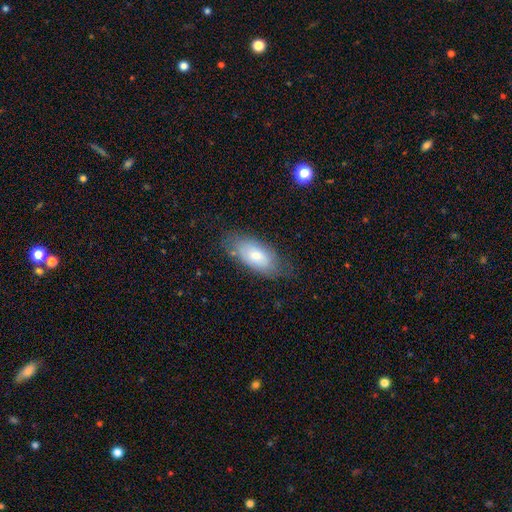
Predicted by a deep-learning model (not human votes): Smooth or featured: smooth — 71% (featured or disk — 22%)
How rounded: in between — 90% (cigar-shaped — 7%)
Merging: none — 69% (minor disturbance — 22%)